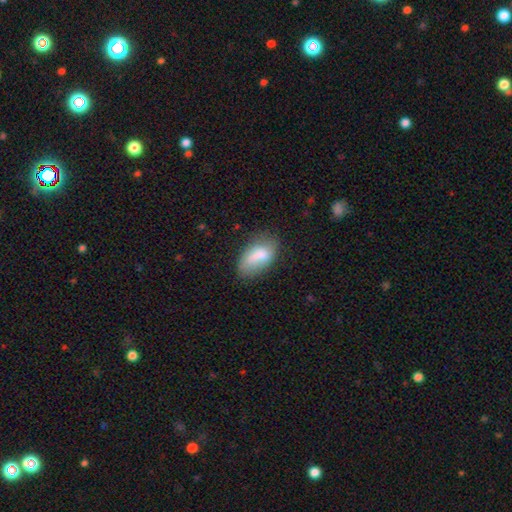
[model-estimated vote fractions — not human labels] Q: Smooth or featured?
A: smooth (75%); runner-up: featured or disk (17%)
Q: How rounded?
A: in between (92%); runner-up: round (4%)
Q: Merging?
A: none (55%); runner-up: minor disturbance (29%)